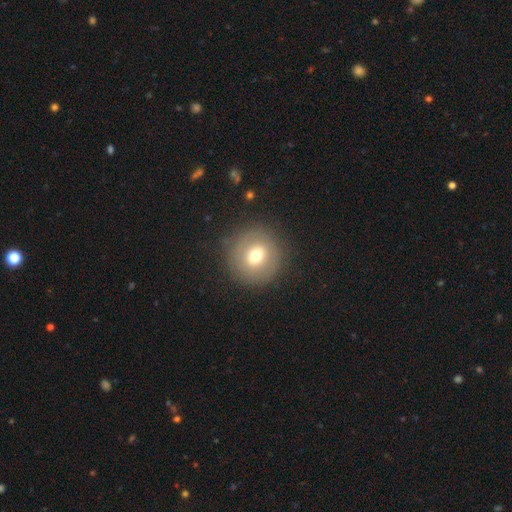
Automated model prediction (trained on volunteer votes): A smooth galaxy with no disk features (67%) that is round (93%). Merging: none (87%).